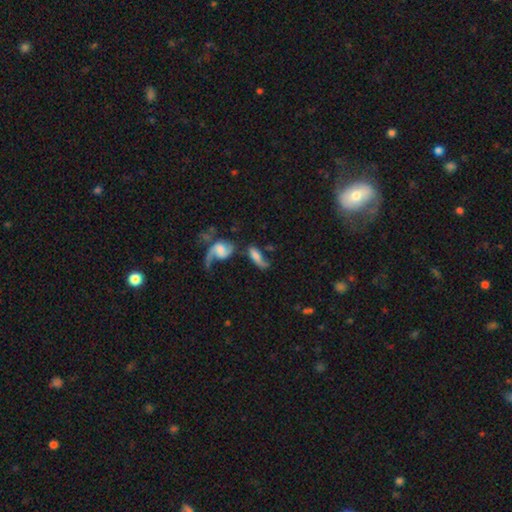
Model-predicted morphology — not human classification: A smooth galaxy with no disk features (52%) that is in between round and cigar-shaped (68%).

Vote fractions:
- Smooth or featured? smooth: 52% / featured or disk: 39% / star or artifact: 9%
- How rounded? in between: 68% / cigar-shaped: 28% / round: 5%
- Merging? none: 32% / merger: 28% / major disturbance: 22% / minor disturbance: 19%